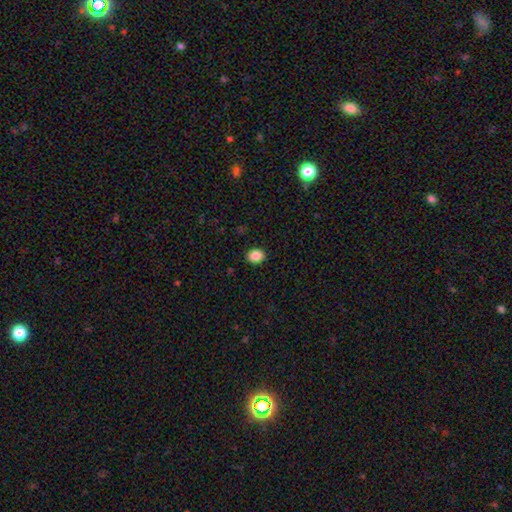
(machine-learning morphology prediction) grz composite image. It shows a smooth galaxy with no disk features (88%) that is in between round and cigar-shaped (50%). Merging: none (91%).